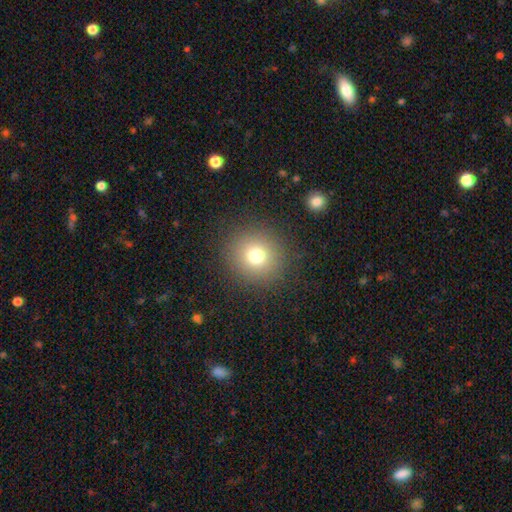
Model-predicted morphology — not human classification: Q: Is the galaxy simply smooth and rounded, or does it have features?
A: smooth — 74%.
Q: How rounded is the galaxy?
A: round — 93%.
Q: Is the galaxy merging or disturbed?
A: none — 89%.